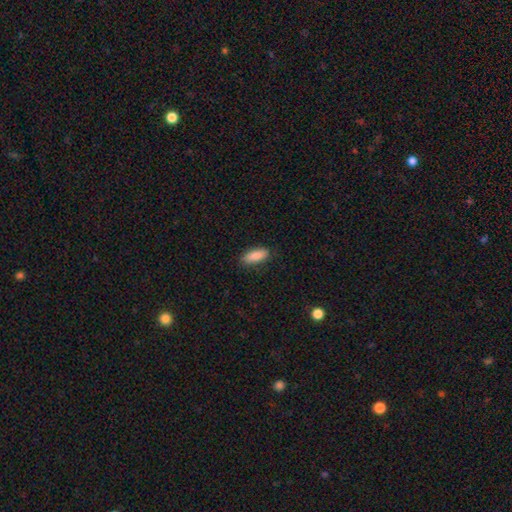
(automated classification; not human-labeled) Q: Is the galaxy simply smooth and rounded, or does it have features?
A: smooth — 86%.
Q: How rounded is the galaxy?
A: in between — 74%.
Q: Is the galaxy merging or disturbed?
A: none — 85%.